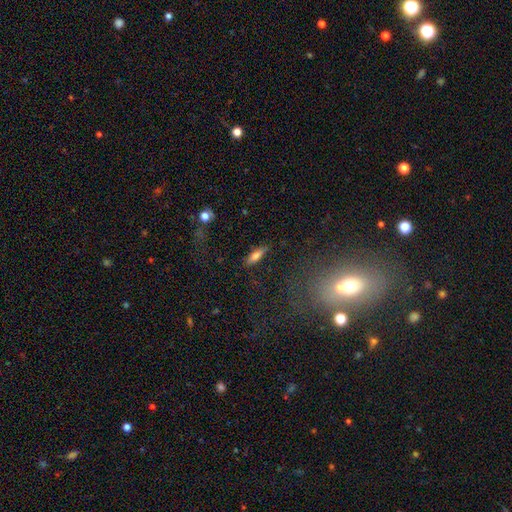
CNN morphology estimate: smooth-or-featured: smooth: 69% | featured or disk: 23% | star or artifact: 8%
  how-rounded: cigar-shaped: 54% | in between: 44% | round: 3%
  merging: none: 86% | minor disturbance: 10% | major disturbance: 3% | merger: 2%